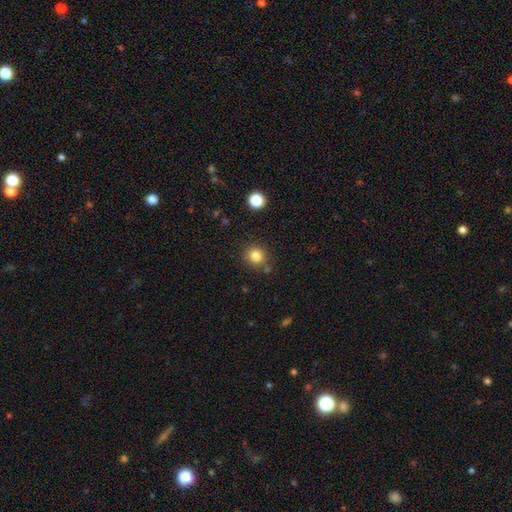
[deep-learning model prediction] smooth 82%, star or artifact 12%, featured or disk 6%. Down the decision tree: how rounded — round (89%); merging — none (81%).